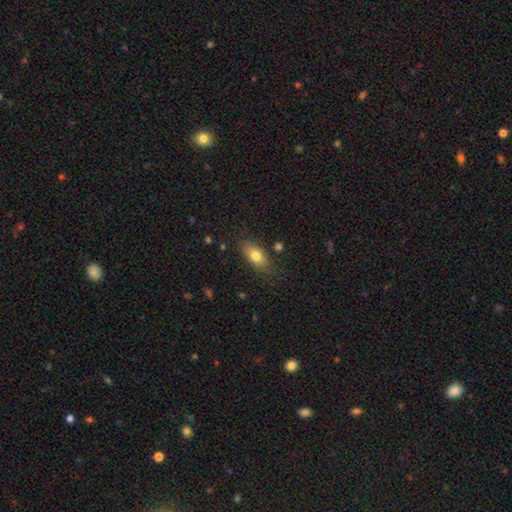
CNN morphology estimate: smooth-or-featured: smooth: 78% | featured or disk: 14% | star or artifact: 8%
  how-rounded: in between: 83% | cigar-shaped: 10% | round: 7%
  merging: none: 80% | minor disturbance: 14% | major disturbance: 4% | merger: 2%